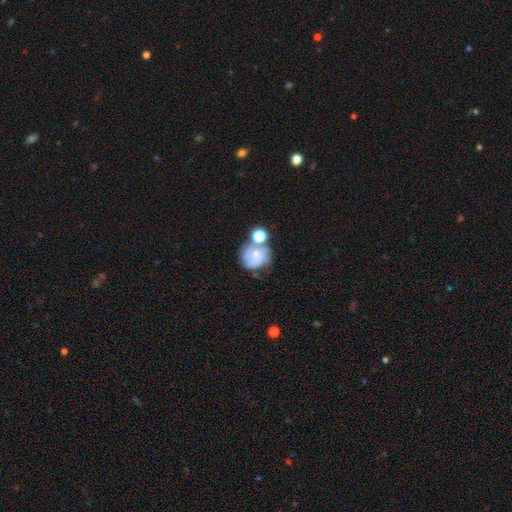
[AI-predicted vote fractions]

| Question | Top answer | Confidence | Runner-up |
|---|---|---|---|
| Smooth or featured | smooth | 52% | featured or disk (37%) |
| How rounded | round | 78% | in between (21%) |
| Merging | none | 42% | merger (30%) |